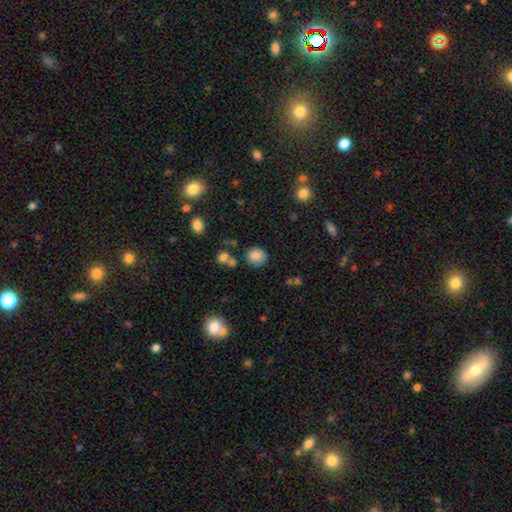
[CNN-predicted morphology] smooth-or-featured: smooth: 83% | star or artifact: 10% | featured or disk: 7%
  how-rounded: round: 82% | in between: 17% | cigar-shaped: 1%
  merging: none: 75% | minor disturbance: 14% | merger: 7% | major disturbance: 4%